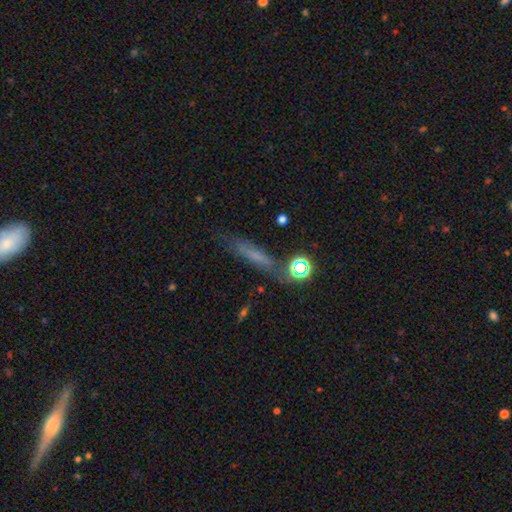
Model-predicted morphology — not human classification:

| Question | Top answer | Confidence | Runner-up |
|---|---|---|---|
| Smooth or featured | smooth | 50% | featured or disk (32%) |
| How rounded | cigar-shaped | 77% | in between (16%) |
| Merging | none | 66% | minor disturbance (18%) |